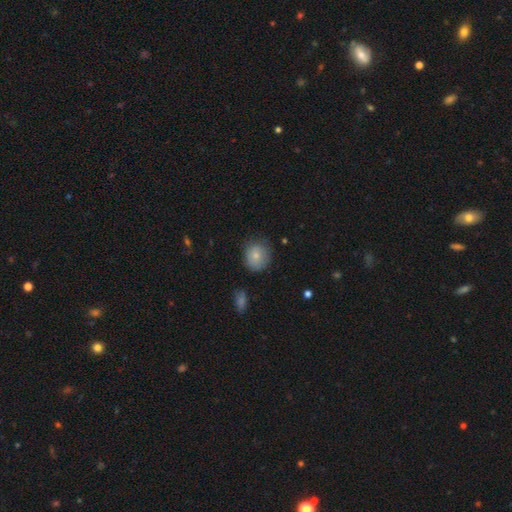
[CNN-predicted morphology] Q: Smooth or featured?
A: smooth (78%); runner-up: featured or disk (14%)
Q: How rounded?
A: round (78%); runner-up: in between (21%)
Q: Merging?
A: none (75%); runner-up: minor disturbance (19%)